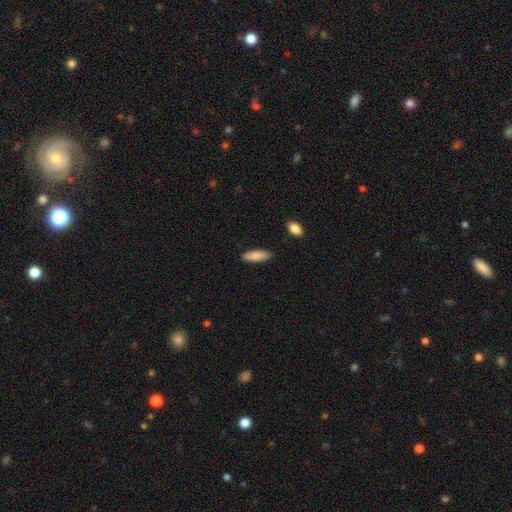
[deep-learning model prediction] A smooth galaxy with no disk features (86%) that is in between round and cigar-shaped (49%, tied with cigar-shaped). Merging: none (88%).